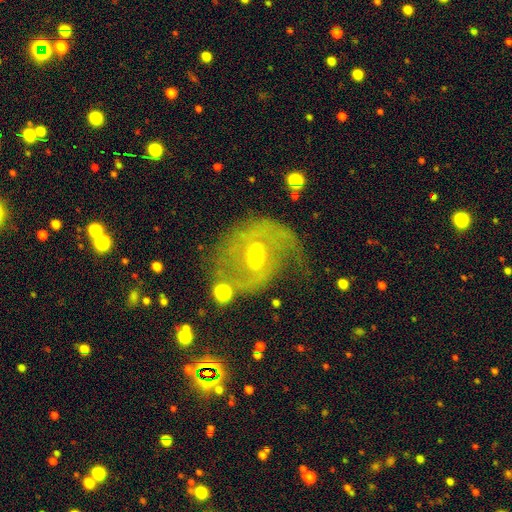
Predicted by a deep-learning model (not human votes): featured or disk 79%, smooth 13%, star or artifact 8%. Down the decision tree: edge-on disk — no (96%); bar — weak (45%); spiral arms — yes (76%); spiral arm count — 2 (65%); spiral winding — medium (44%); bulge size — small (50%); merging — none (51%).